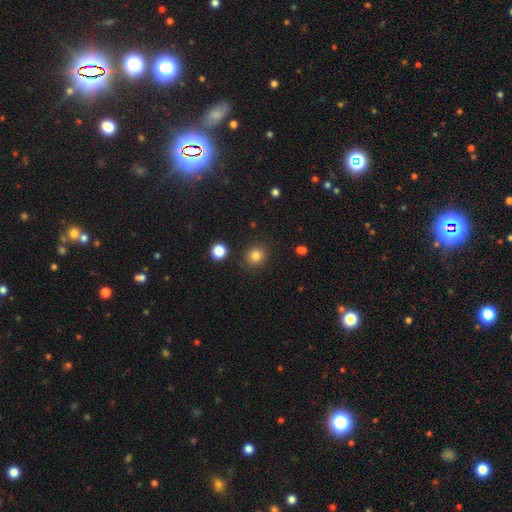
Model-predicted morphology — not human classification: smooth_or_featured: smooth (p=0.82) [alt: star or artifact p=0.12]
how_rounded: round (p=0.83) [alt: in between p=0.16]
merging: none (p=0.88) [alt: minor disturbance p=0.07]